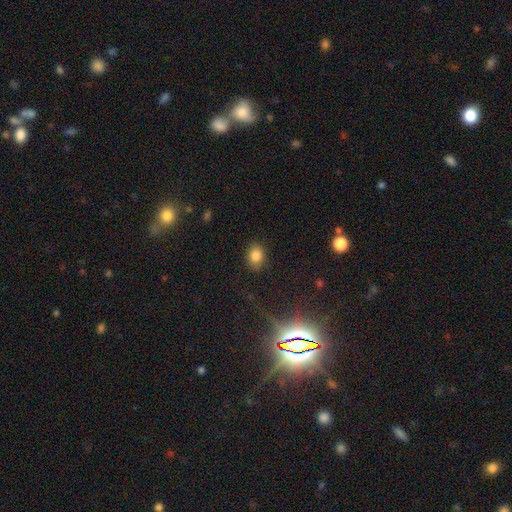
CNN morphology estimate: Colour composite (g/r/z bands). It shows a smooth galaxy with no disk features (83%) that is in between round and cigar-shaped (59%). Merging: none (84%).